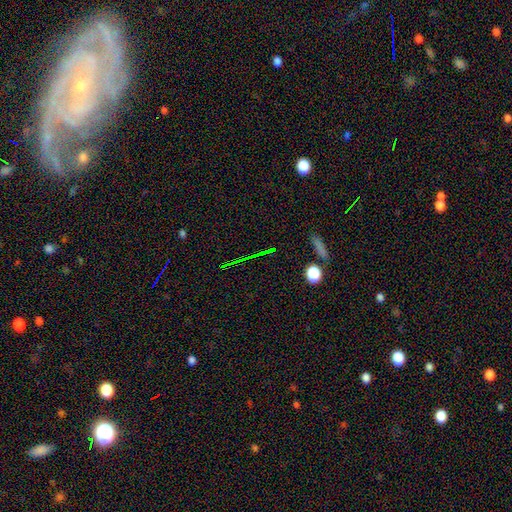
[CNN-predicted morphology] star or artifact 70%, featured or disk 15%, smooth 15%.